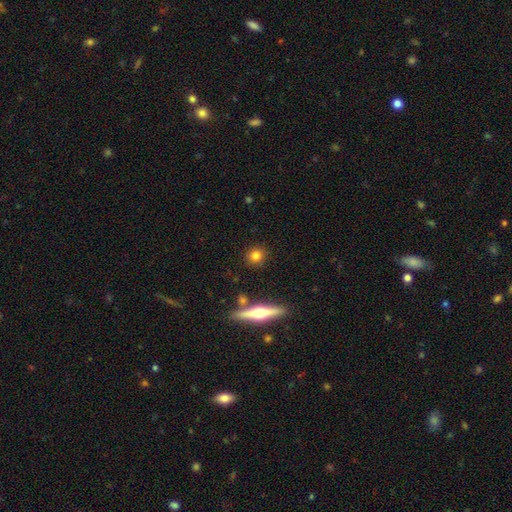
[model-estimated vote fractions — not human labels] Q: Smooth or featured?
A: smooth (78%); runner-up: featured or disk (13%)
Q: How rounded?
A: round (89%); runner-up: in between (8%)
Q: Merging?
A: none (89%); runner-up: minor disturbance (6%)